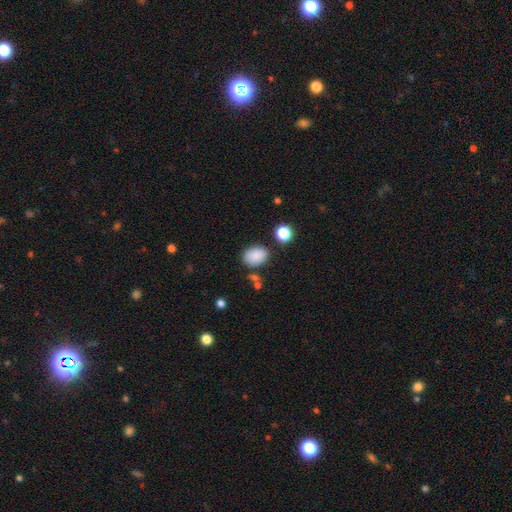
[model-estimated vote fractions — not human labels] Smooth or featured: smooth — 87% (star or artifact — 9%)
How rounded: in between — 74% (round — 25%)
Merging: none — 78% (minor disturbance — 13%)